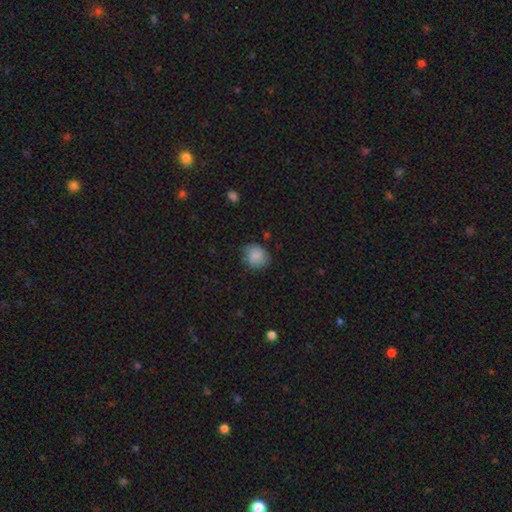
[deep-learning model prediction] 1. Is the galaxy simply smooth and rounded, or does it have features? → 84% smooth, 8% featured or disk, 8% star or artifact.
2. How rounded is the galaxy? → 77% round, 22% in between, 1% cigar-shaped.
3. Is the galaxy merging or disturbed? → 72% none, 21% minor disturbance, 5% major disturbance, 1% merger.